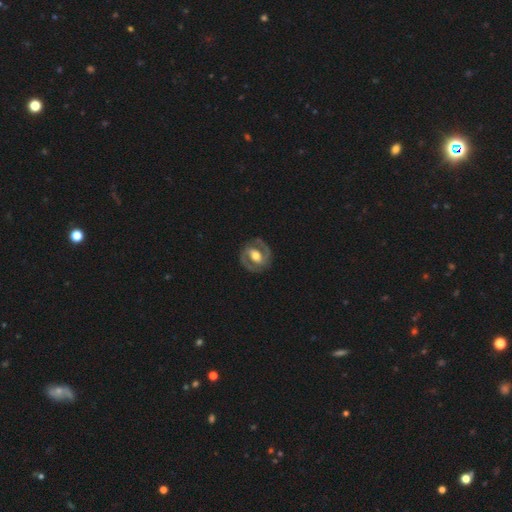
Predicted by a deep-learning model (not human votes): Smooth or featured? featured or disk (84%)
Edge-on disk? no (97%)
Bar? weak (39%)
Spiral arms? yes (89%)
Spiral winding? medium (50%)
Spiral arm count? 2 (91%)
Bulge size? moderate (68%)
Merging? none (84%)